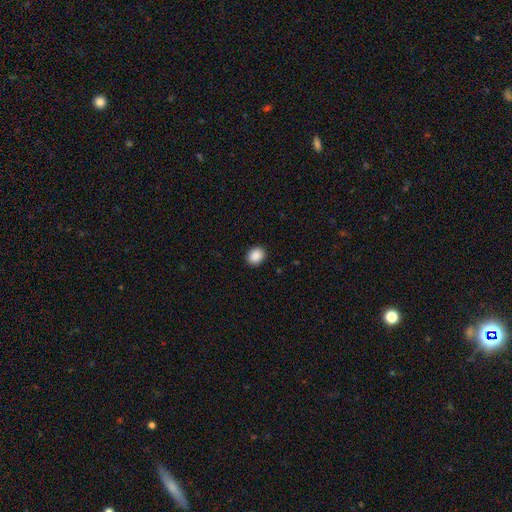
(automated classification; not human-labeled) smooth_or_featured: smooth (p=0.89) [alt: star or artifact p=0.08]
how_rounded: round (p=0.57) [alt: in between p=0.42]
merging: none (p=0.91) [alt: minor disturbance p=0.06]